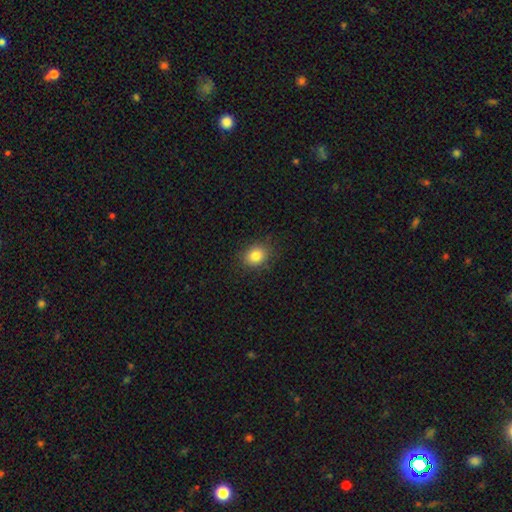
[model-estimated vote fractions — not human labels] Q: Smooth or featured?
A: smooth (83%); runner-up: star or artifact (11%)
Q: How rounded?
A: round (58%); runner-up: in between (41%)
Q: Merging?
A: none (87%); runner-up: minor disturbance (9%)